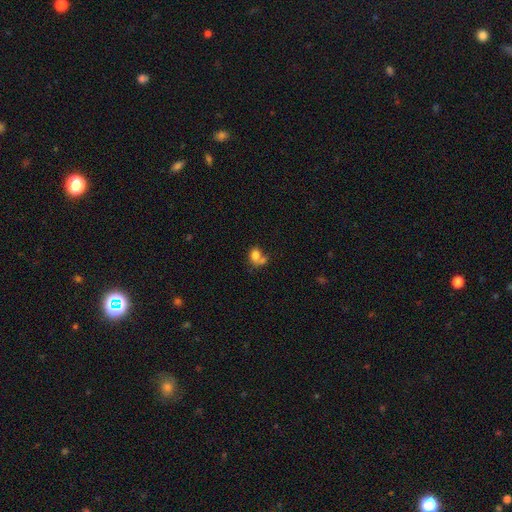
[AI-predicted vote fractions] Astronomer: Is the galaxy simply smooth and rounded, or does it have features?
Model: smooth — 75%.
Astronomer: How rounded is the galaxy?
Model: in between — 60% (runner-up: round, 39%).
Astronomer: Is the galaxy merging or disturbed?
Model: merger — 47% (runner-up: none, 29%).